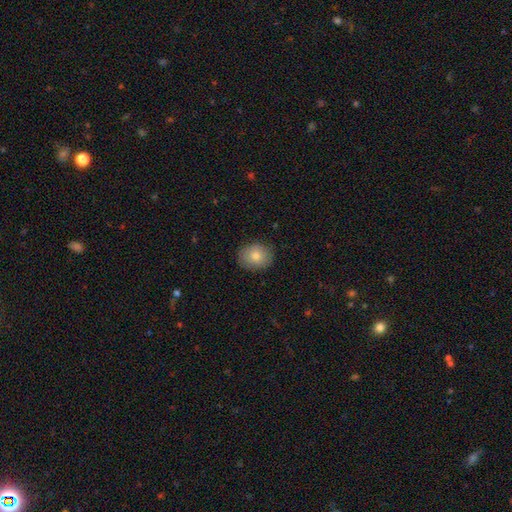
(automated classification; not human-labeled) smooth 79%, featured or disk 11%, star or artifact 9%. Down the decision tree: how rounded — round (56%); merging — none (87%).